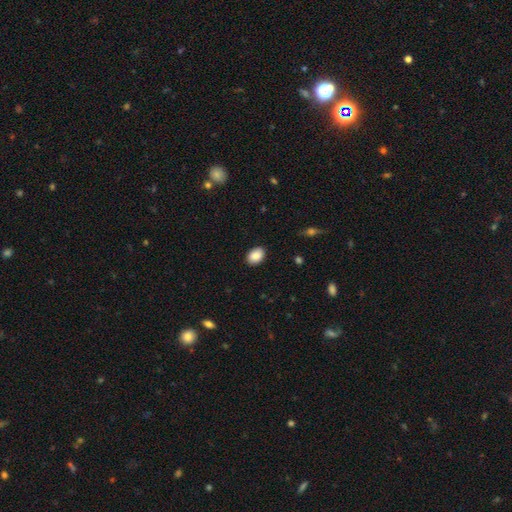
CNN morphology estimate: The model was most divided on "how rounded": in between: 78%, round: 21%, cigar-shaped: 1%. More confident: smooth or featured — smooth (89%); merging — none (88%).